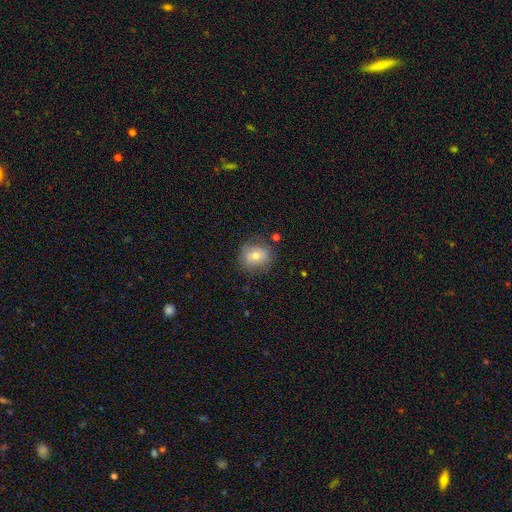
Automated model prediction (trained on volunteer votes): Q: Smooth or featured?
A: smooth (66%); runner-up: featured or disk (24%)
Q: How rounded?
A: round (68%); runner-up: in between (31%)
Q: Merging?
A: none (77%); runner-up: minor disturbance (16%)